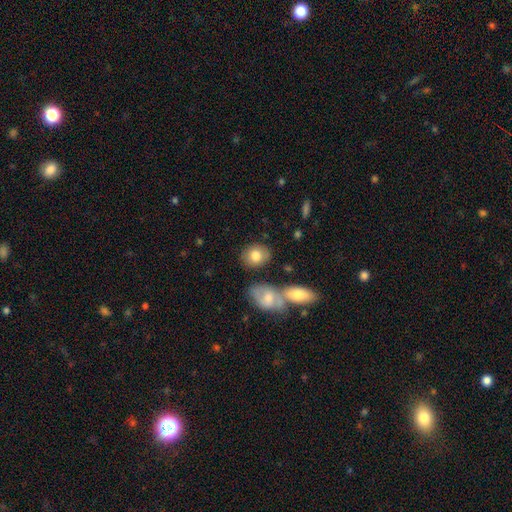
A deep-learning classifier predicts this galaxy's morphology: Smooth or featured: smooth — 79% (featured or disk — 14%)
How rounded: in between — 53% (round — 45%)
Merging: none — 74% (minor disturbance — 12%)